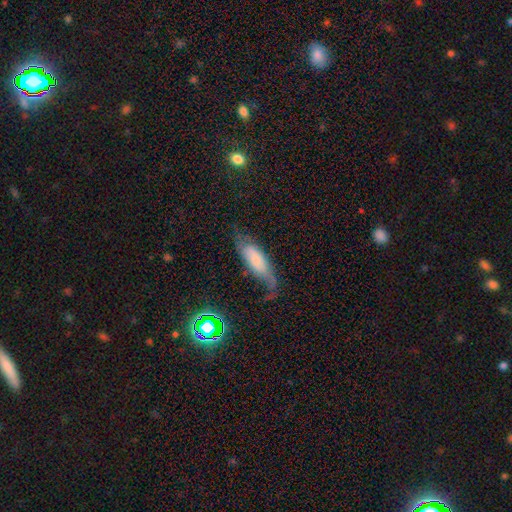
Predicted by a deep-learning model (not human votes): This appears to be a featured or disk galaxy (43%, tied with smooth). Merging: none (52%).